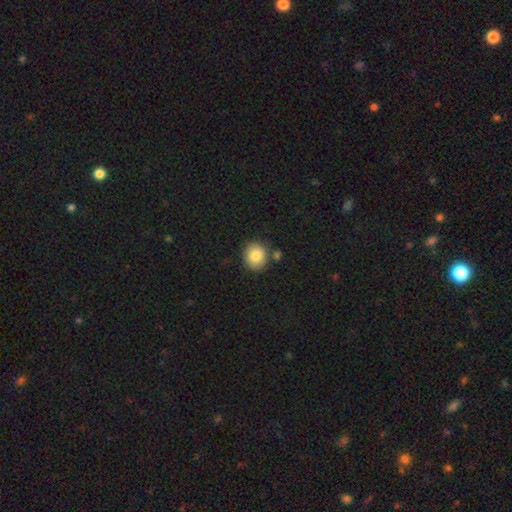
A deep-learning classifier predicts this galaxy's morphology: This is clearly a smooth galaxy (85%). How rounded: likely round (74%). Merging: likely none (79%).